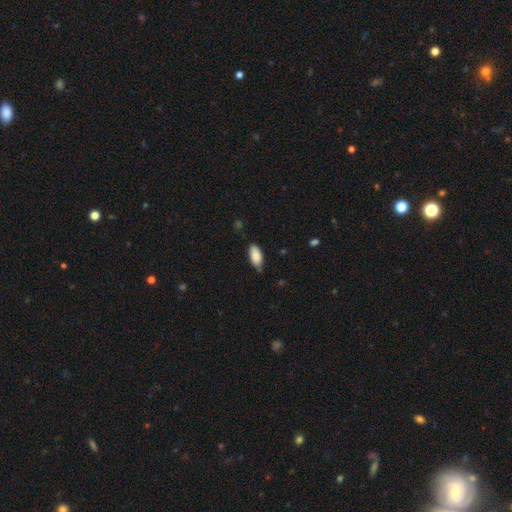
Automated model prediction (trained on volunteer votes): Smooth or featured? Predicted: smooth (p=0.88). How rounded? Predicted: in between (p=0.92). Merging? Predicted: none (p=0.71).